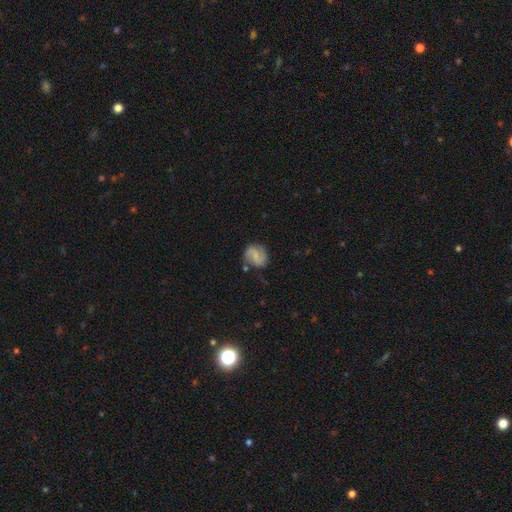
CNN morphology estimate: The model was most divided on "spiral winding": medium: 45%, loose: 35%, tight: 19%. Remaining: edge-on disk — no (98%); spiral arms — yes (92%); spiral arm count — 2 (88%); merging — none (71%); smooth or featured — featured or disk (66%); bulge size — small (55%); bar — weak (48%).